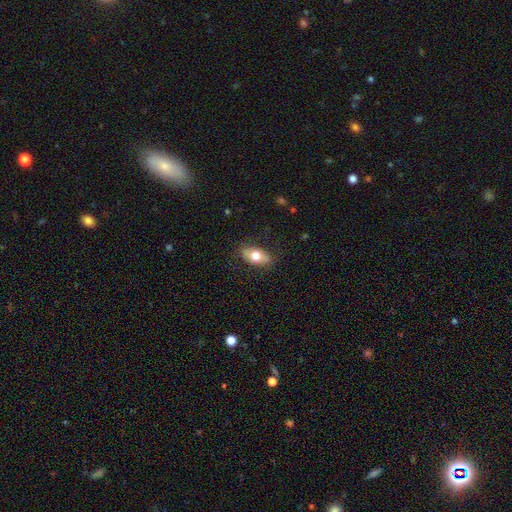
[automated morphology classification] type=smooth (71%); roundness=in between (88%); merging=none (83%).